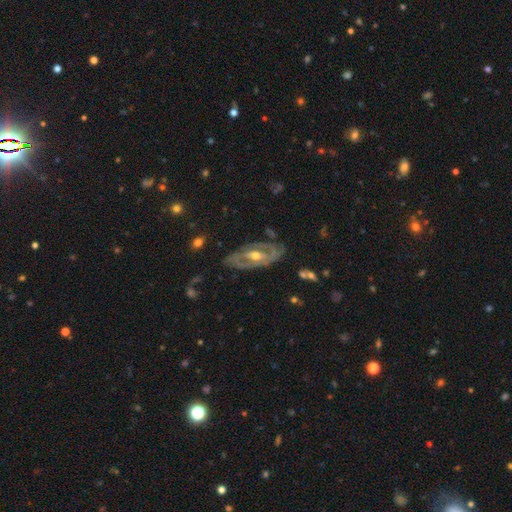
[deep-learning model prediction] Smooth or featured? featured or disk (83%)
Edge-on disk? no (90%)
Bar? no (39%)
Spiral arms? yes (76%)
Spiral winding? tight (56%)
Spiral arm count? 2 (49%)
Bulge size? moderate (69%)
Merging? none (71%)